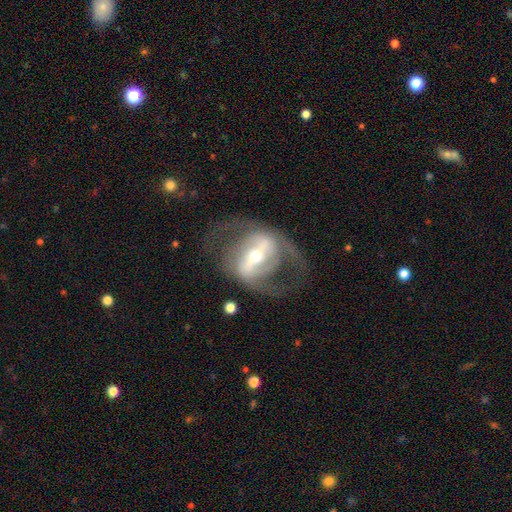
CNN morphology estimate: A featured or disk galaxy (85%) with a strong bar (66%), 2 (83%) medium (49%) spiral arms (75%) and a moderate central bulge (47%). Merging: none (62%).